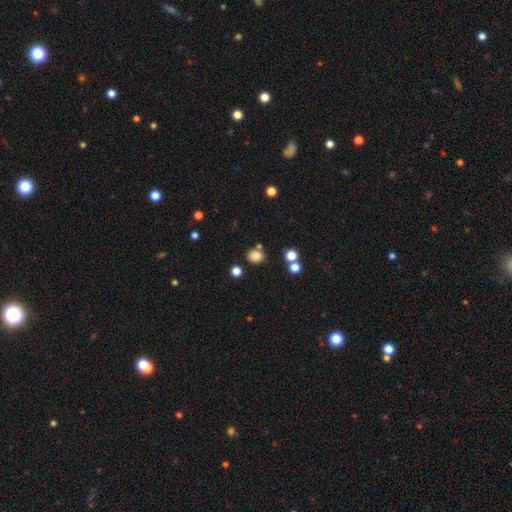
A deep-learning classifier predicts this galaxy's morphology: Overall: smooth (82%). How rounded: round (65%; in between 34%). Merging: none (76%).